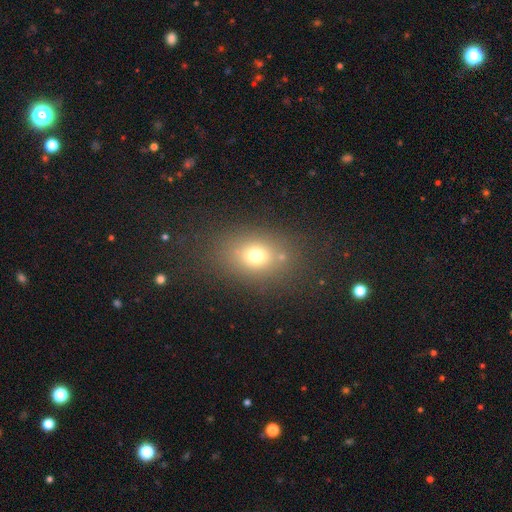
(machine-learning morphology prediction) A smooth galaxy with no disk features (71%) that is in between round and cigar-shaped (62%). Merging: none (75%).